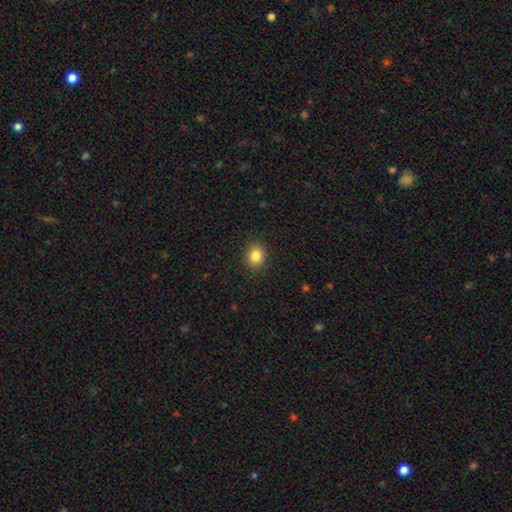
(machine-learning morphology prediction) Smooth or featured? smooth (84%)
How rounded? round (63%)
Merging? none (89%)